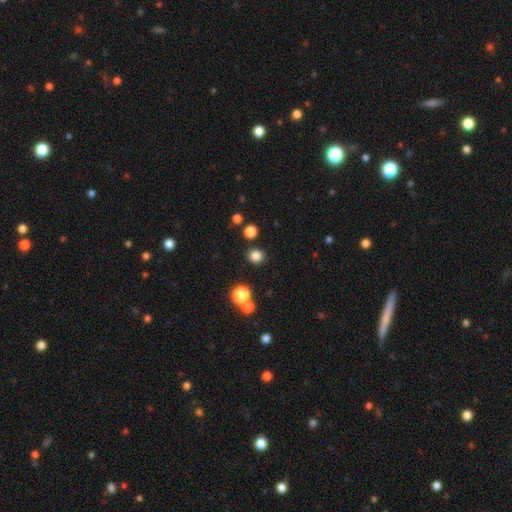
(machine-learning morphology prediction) Smooth or featured: smooth — 83% (star or artifact — 13%)
How rounded: round — 77% (in between — 22%)
Merging: none — 86% (minor disturbance — 7%)